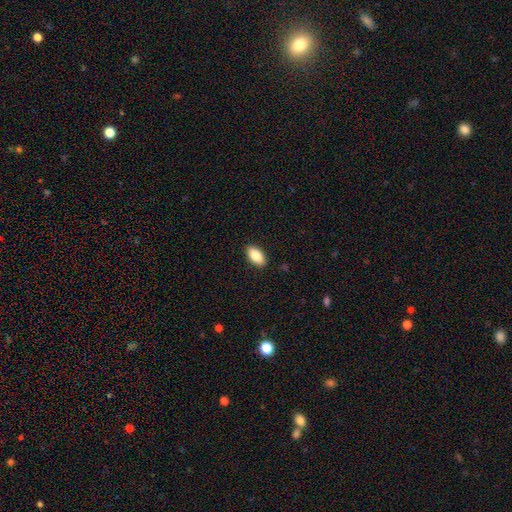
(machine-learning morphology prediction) This is clearly a smooth galaxy (85%). How rounded: clearly in between (92%). Merging: clearly none (90%).